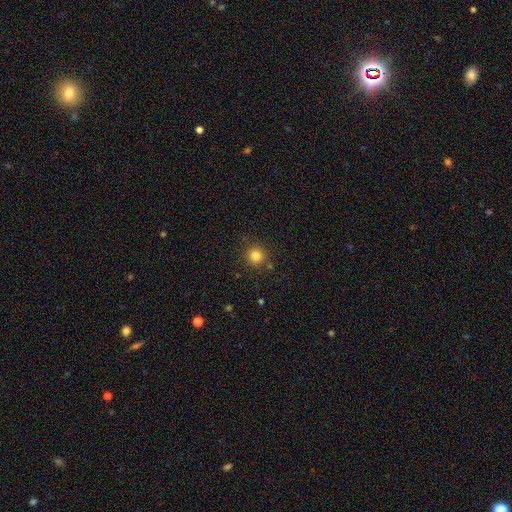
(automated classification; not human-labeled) Q: Smooth or featured?
A: smooth (81%); runner-up: star or artifact (13%)
Q: How rounded?
A: round (94%); runner-up: in between (5%)
Q: Merging?
A: none (86%); runner-up: minor disturbance (8%)